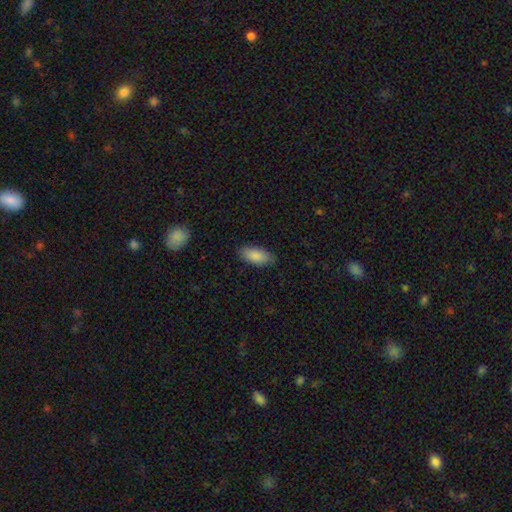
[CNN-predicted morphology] Smooth or featured: smooth — 88% (featured or disk — 6%)
How rounded: in between — 89% (cigar-shaped — 10%)
Merging: none — 86% (minor disturbance — 11%)